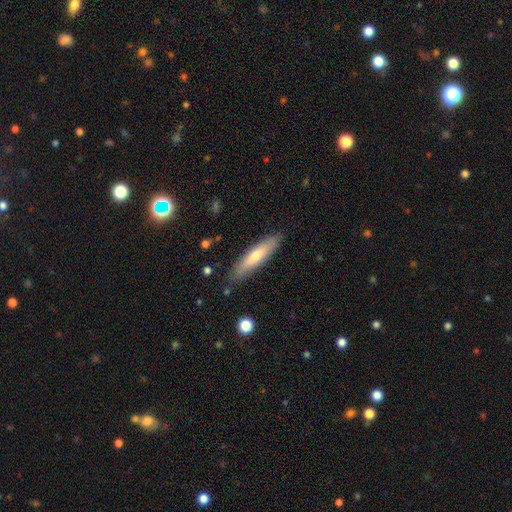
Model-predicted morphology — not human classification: smooth 64%, featured or disk 30%, star or artifact 6%. Down the decision tree: how rounded — cigar-shaped (79%); merging — none (84%).